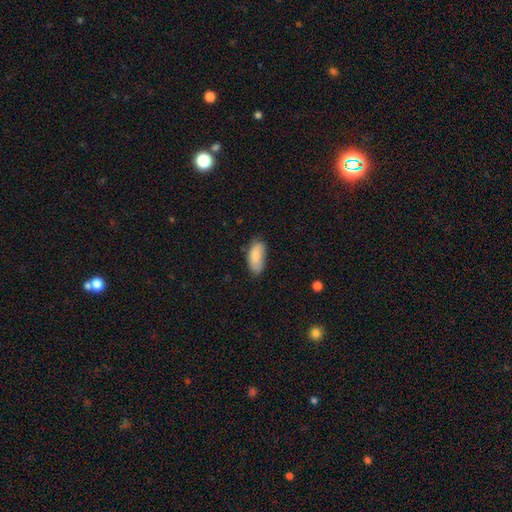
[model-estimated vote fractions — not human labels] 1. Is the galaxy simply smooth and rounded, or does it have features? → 85% smooth, 9% featured or disk, 6% star or artifact.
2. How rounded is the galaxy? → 90% in between, 7% cigar-shaped, 2% round.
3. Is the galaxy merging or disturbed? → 66% none, 27% minor disturbance, 5% major disturbance, 2% merger.